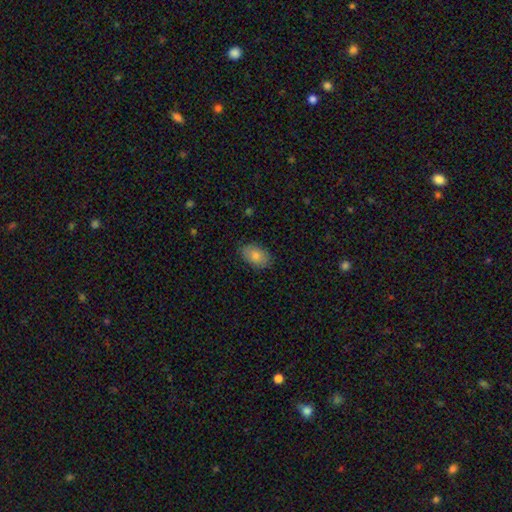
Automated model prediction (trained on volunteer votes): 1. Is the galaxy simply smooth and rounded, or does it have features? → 83% smooth, 10% featured or disk, 7% star or artifact.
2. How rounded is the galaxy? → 89% in between, 10% round, 1% cigar-shaped.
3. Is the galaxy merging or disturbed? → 84% none, 13% minor disturbance, 3% major disturbance, 1% merger.